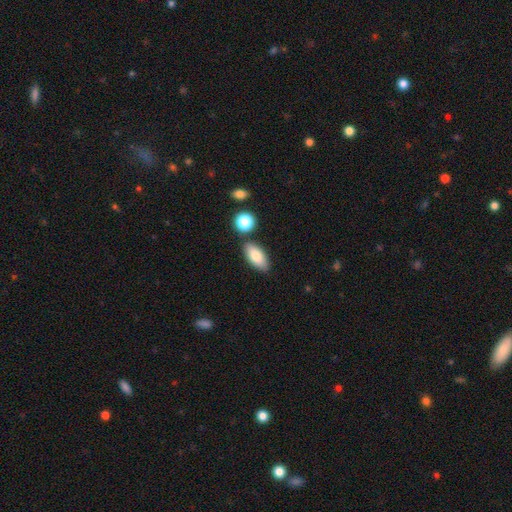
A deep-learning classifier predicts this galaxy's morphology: Smooth or featured: smooth — 80% (featured or disk — 13%)
How rounded: in between — 89% (cigar-shaped — 7%)
Merging: none — 79% (minor disturbance — 11%)